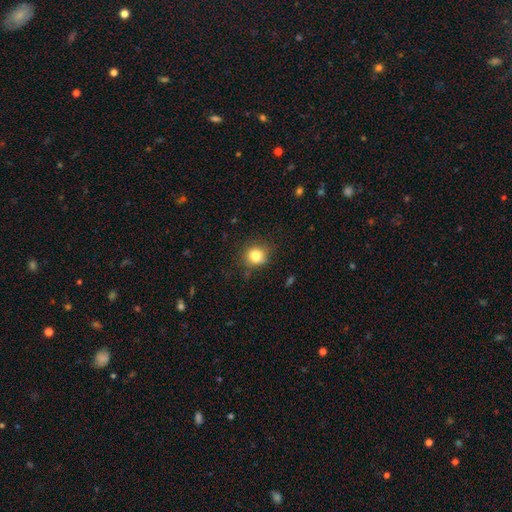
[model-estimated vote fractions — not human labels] Smooth or featured? smooth (81%)
How rounded? round (79%)
Merging? none (77%)